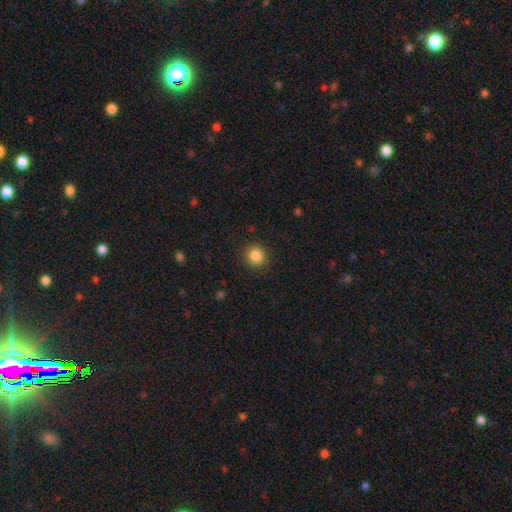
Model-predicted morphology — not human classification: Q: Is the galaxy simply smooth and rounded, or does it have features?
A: smooth — 86%.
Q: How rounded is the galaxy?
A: round — 86%.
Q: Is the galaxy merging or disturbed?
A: none — 88%.